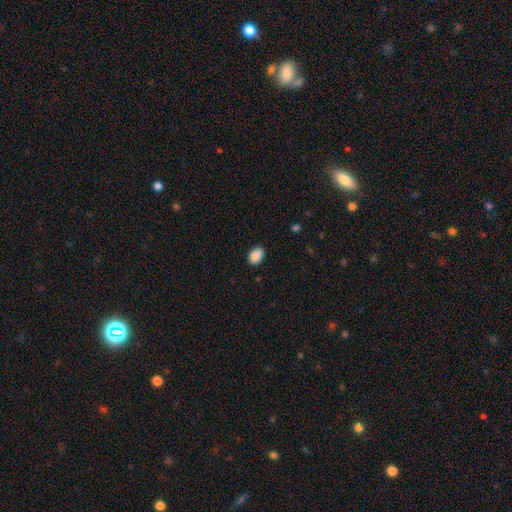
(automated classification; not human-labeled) smooth-or-featured: smooth: 89% | star or artifact: 8% | featured or disk: 4%
  how-rounded: in between: 85% | round: 14% | cigar-shaped: 1%
  merging: none: 85% | minor disturbance: 12% | major disturbance: 2% | merger: 1%